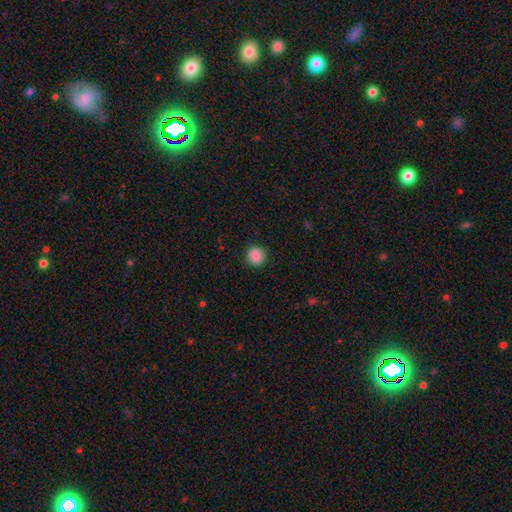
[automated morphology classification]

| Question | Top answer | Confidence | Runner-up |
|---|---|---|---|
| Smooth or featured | smooth | 88% | star or artifact (9%) |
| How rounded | round | 91% | in between (8%) |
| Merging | none | 90% | minor disturbance (7%) |